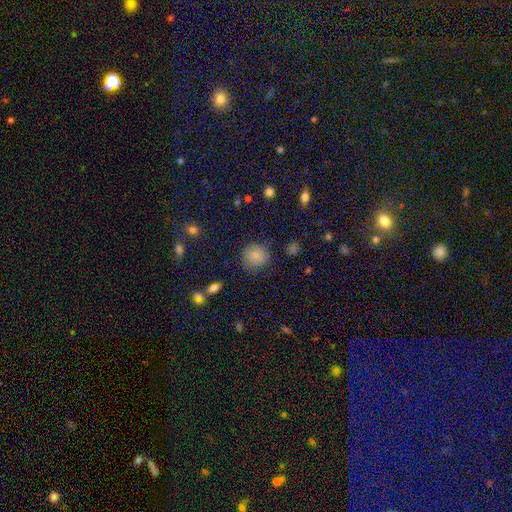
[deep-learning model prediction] The model was most divided on "merging": none: 79%, minor disturbance: 14%, major disturbance: 4%, merger: 2%. More confident: how rounded — round (89%); smooth or featured — smooth (80%).